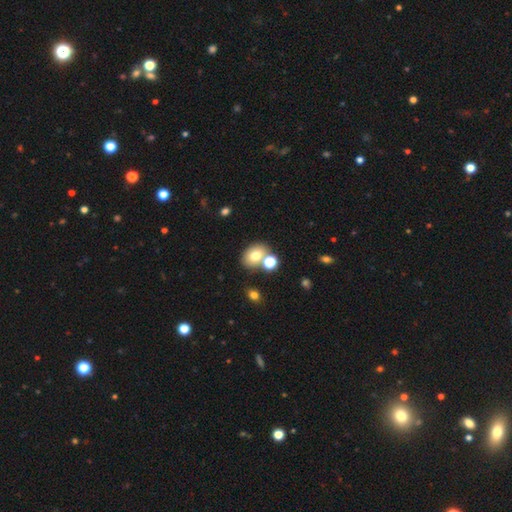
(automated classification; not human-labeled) Smooth or featured? Predicted: smooth (p=0.73). How rounded? Predicted: in between (p=0.63). Merging? Predicted: none (p=0.57).